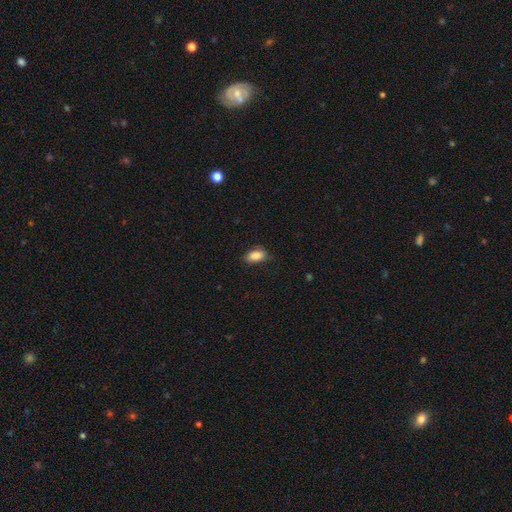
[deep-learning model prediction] Smooth or featured? Predicted: smooth (p=0.87). How rounded? Predicted: in between (p=0.90). Merging? Predicted: none (p=0.78).